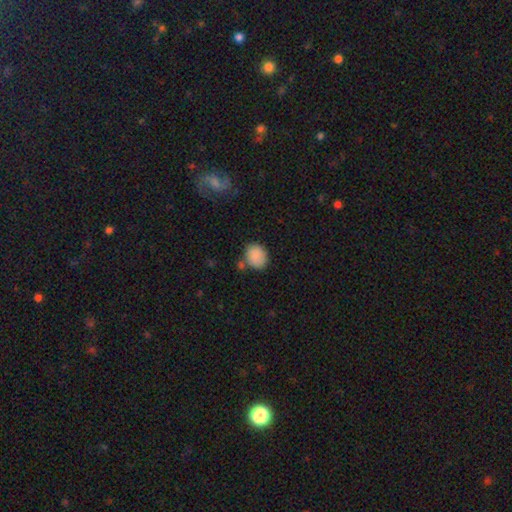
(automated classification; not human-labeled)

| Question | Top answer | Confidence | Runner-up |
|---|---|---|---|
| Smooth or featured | smooth | 88% | star or artifact (8%) |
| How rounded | round | 57% | in between (42%) |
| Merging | none | 69% | minor disturbance (16%) |